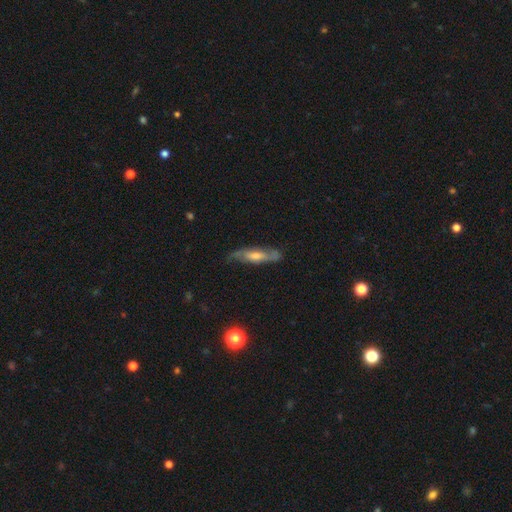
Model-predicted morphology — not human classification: This is likely a featured or disk galaxy (67%). It is possibly not viewed edge-on (59%). Merging: likely none (73%).